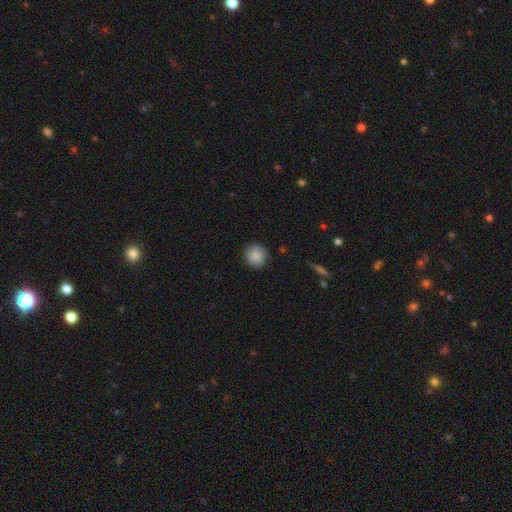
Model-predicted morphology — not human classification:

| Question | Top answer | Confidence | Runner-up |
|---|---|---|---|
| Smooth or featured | smooth | 87% | star or artifact (8%) |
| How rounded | round | 92% | in between (7%) |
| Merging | none | 87% | minor disturbance (9%) |